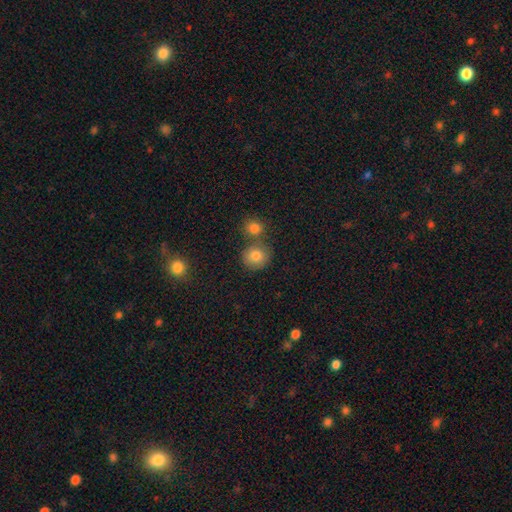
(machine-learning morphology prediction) This is clearly a smooth galaxy (81%). How rounded: clearly round (85%). Merging: likely none (62%).